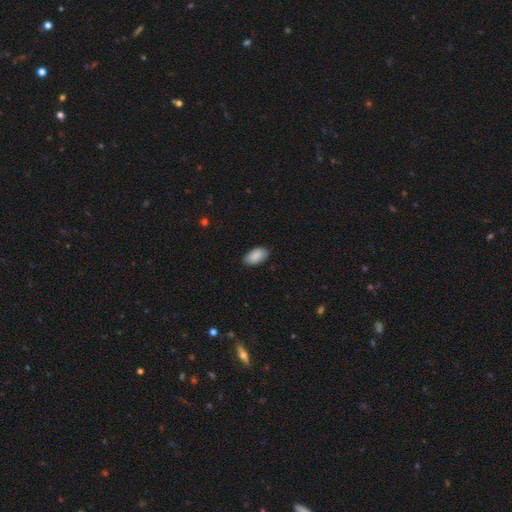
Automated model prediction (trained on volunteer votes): smooth-or-featured: smooth: 88% | star or artifact: 6% | featured or disk: 6%
  how-rounded: in between: 95% | round: 3% | cigar-shaped: 2%
  merging: none: 85% | minor disturbance: 12% | major disturbance: 2% | merger: 1%